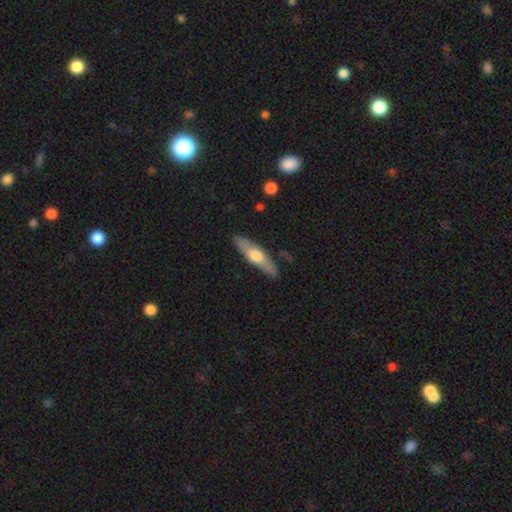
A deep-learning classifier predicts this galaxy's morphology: The model was most divided on "smooth or featured": smooth: 51%, featured or disk: 44%, star or artifact: 5%. More confident: merging — none (86%); how rounded — cigar-shaped (71%).